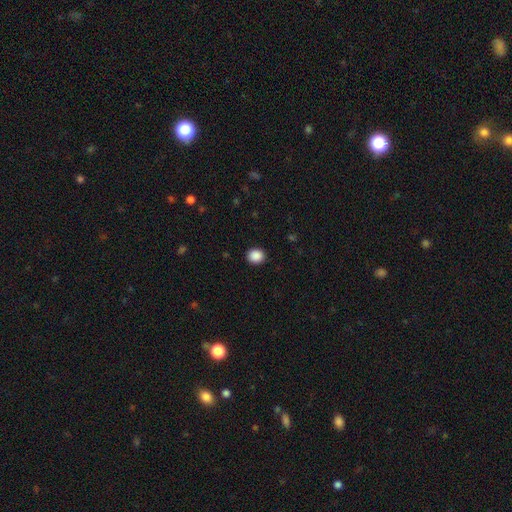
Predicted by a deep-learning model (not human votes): smooth_or_featured: smooth (p=0.89) [alt: star or artifact p=0.09]
how_rounded: round (p=0.73) [alt: in between p=0.26]
merging: none (p=0.91) [alt: minor disturbance p=0.06]